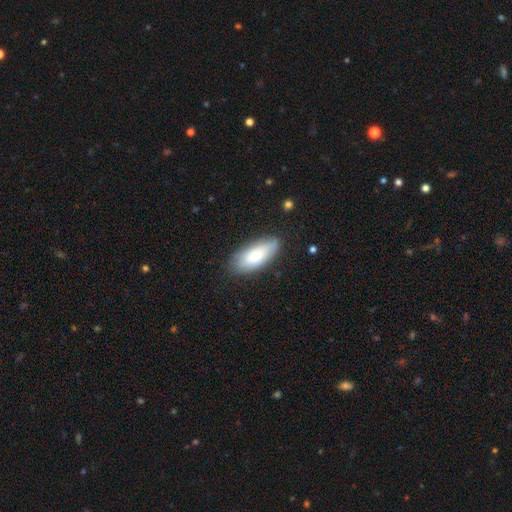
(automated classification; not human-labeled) smooth_or_featured: smooth (p=0.73) [alt: featured or disk p=0.21]
how_rounded: in between (p=0.83) [alt: cigar-shaped p=0.15]
merging: none (p=0.79) [alt: minor disturbance p=0.16]